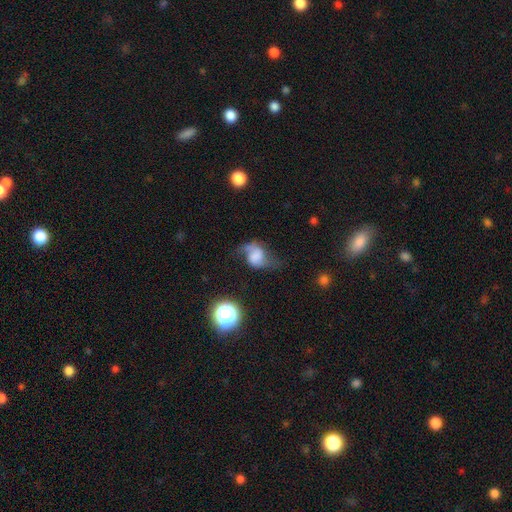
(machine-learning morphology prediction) Smooth or featured? Predicted: featured or disk (p=0.57). Edge-on disk? Predicted: no (p=0.96). Bar? Predicted: no (p=0.57). Spiral arms? Predicted: yes (p=0.85). Bulge size? Predicted: none (p=0.42). Merging? Predicted: none (p=0.40).